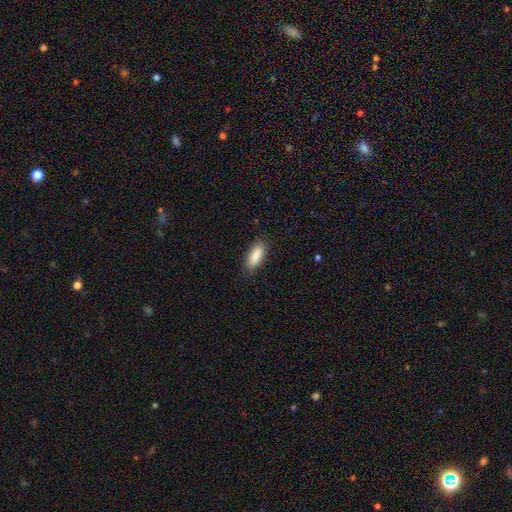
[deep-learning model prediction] A smooth galaxy with no disk features (88%) that is in between round and cigar-shaped (75%). Merging: none (86%).